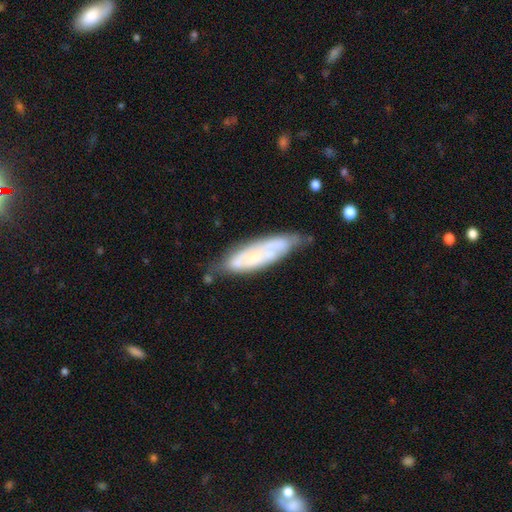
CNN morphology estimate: A featured or disk galaxy (55%).

Vote fractions:
- Smooth or featured? featured or disk: 55% / smooth: 38% / star or artifact: 7%
- Edge-on disk? no: 74% / yes: 26%
- Merging? none: 59% / minor disturbance: 28% / major disturbance: 8% / merger: 5%